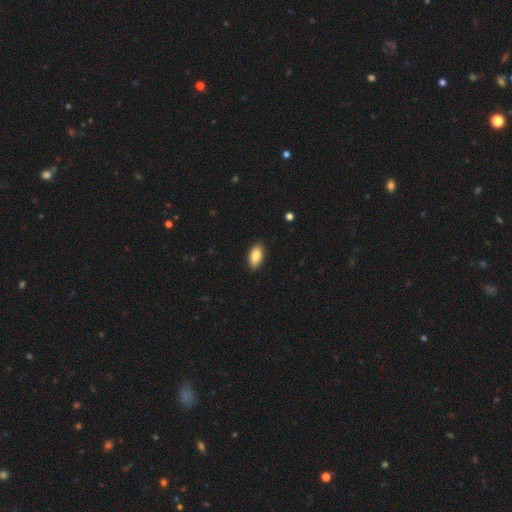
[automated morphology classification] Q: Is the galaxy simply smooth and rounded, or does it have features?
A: smooth — 85%.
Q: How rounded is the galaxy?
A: in between — 91%.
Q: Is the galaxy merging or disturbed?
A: none — 89%.